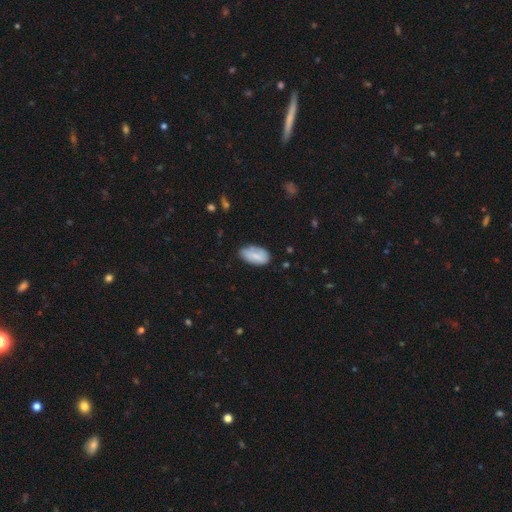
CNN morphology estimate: Smooth or featured? Predicted: smooth (p=0.76). How rounded? Predicted: in between (p=0.94). Merging? Predicted: none (p=0.59).